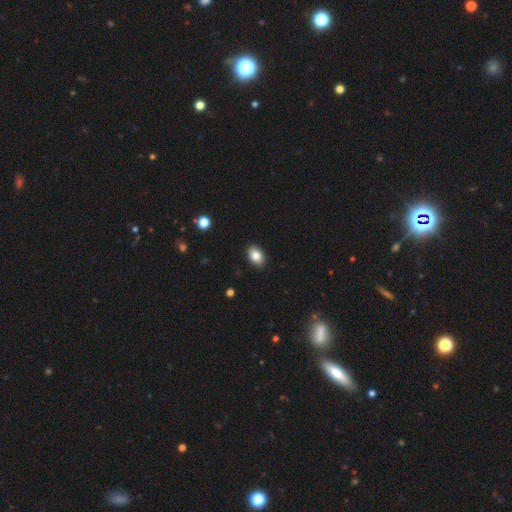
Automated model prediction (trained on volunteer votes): Smooth or featured?
  - smooth: 84% *
  - star or artifact: 8%
  - featured or disk: 8%
How rounded?
  - in between: 83% *
  - round: 15%
  - cigar-shaped: 1%
Merging?
  - none: 90% *
  - minor disturbance: 8%
  - major disturbance: 2%
  - merger: 1%